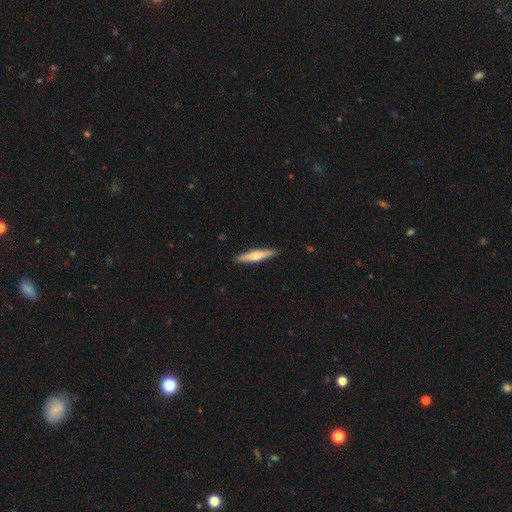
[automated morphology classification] smooth-or-featured: smooth: 50% | featured or disk: 44% | star or artifact: 5%
  how-rounded: cigar-shaped: 89% | in between: 10% | round: 1%
  merging: none: 90% | minor disturbance: 7% | major disturbance: 1% | merger: 1%